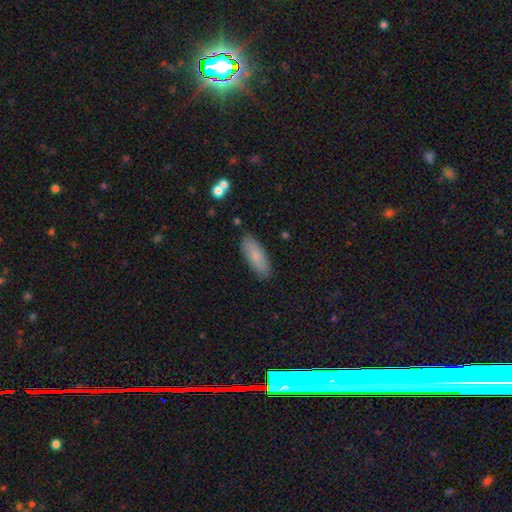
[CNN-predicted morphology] smooth 80%, featured or disk 13%, star or artifact 6%. Down the decision tree: how rounded — in between (66%); merging — none (86%).